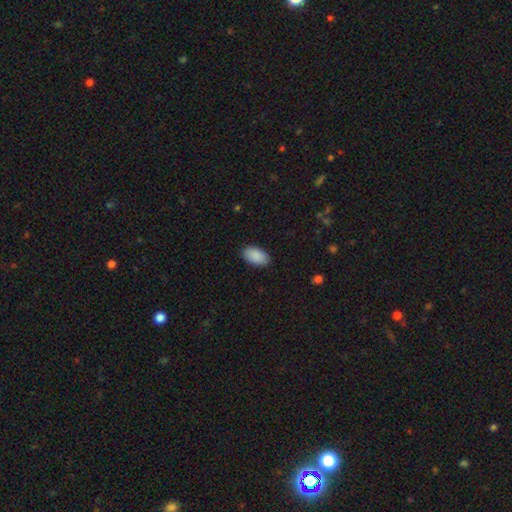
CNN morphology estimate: Smooth or featured? Predicted: smooth (p=0.91). How rounded? Predicted: in between (p=0.95). Merging? Predicted: none (p=0.88).